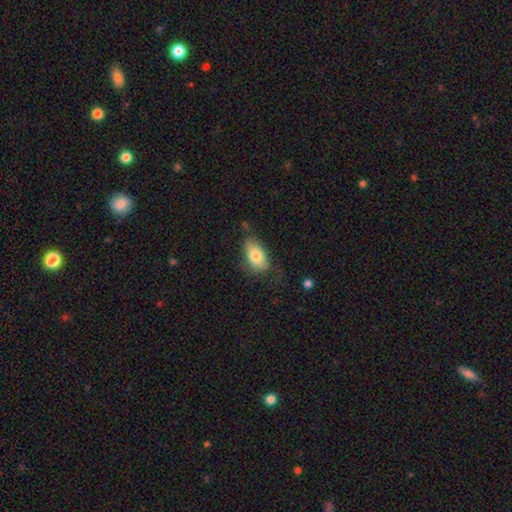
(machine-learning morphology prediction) Smooth or featured?
  - smooth: 77% *
  - featured or disk: 16%
  - star or artifact: 7%
How rounded?
  - in between: 92% *
  - round: 6%
  - cigar-shaped: 2%
Merging?
  - none: 63% *
  - minor disturbance: 26%
  - major disturbance: 9%
  - merger: 2%